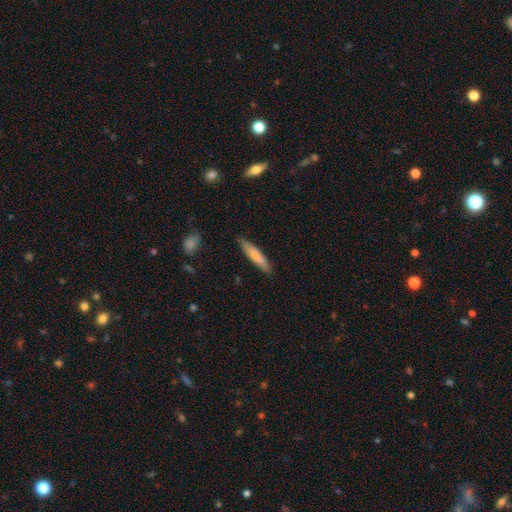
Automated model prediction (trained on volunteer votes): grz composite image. It shows a smooth galaxy with no disk features (78%) that is cigar-shaped (87%). Merging: none (86%).